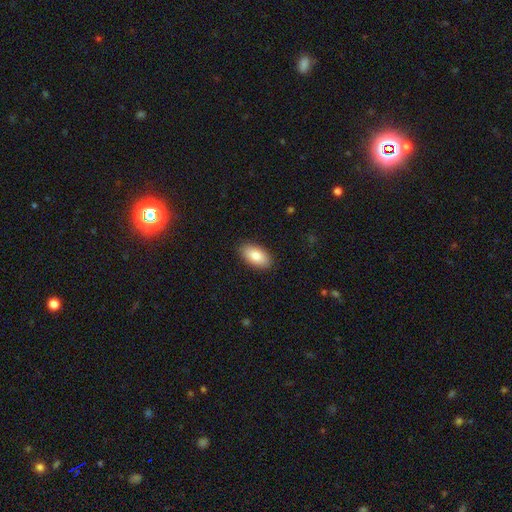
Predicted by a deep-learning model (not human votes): Q: Smooth or featured?
A: smooth (84%); runner-up: featured or disk (9%)
Q: How rounded?
A: in between (94%); runner-up: round (3%)
Q: Merging?
A: none (89%); runner-up: minor disturbance (9%)